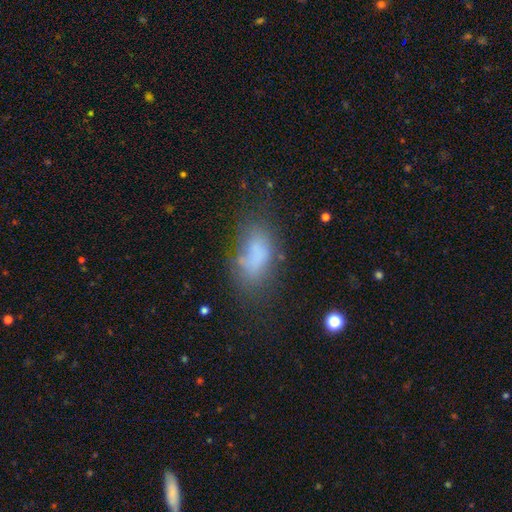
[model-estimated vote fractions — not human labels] This is likely a smooth galaxy (68%). How rounded: clearly in between (90%). Merging: marginally none (44%).